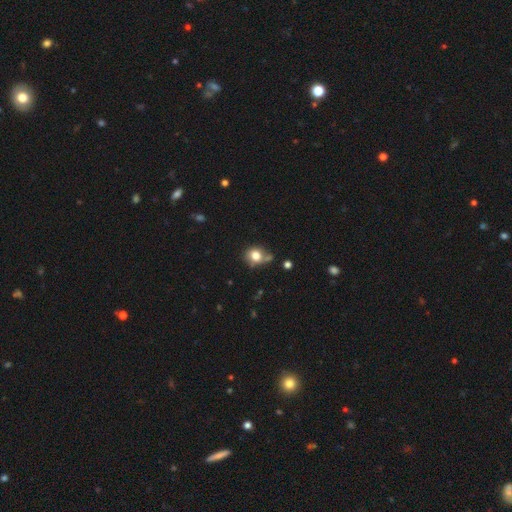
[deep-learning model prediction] Q: Smooth or featured?
A: smooth (78%); runner-up: star or artifact (11%)
Q: How rounded?
A: round (73%); runner-up: in between (26%)
Q: Merging?
A: none (54%); runner-up: minor disturbance (23%)